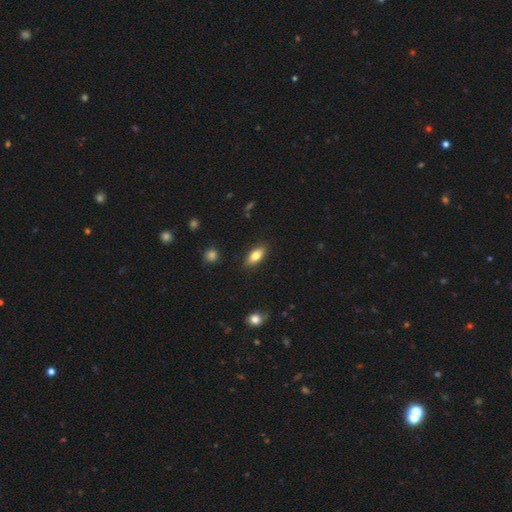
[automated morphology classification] This appears to be a smooth galaxy with no disk features (80%) that is in between round and cigar-shaped (84%). Merging: none (87%).